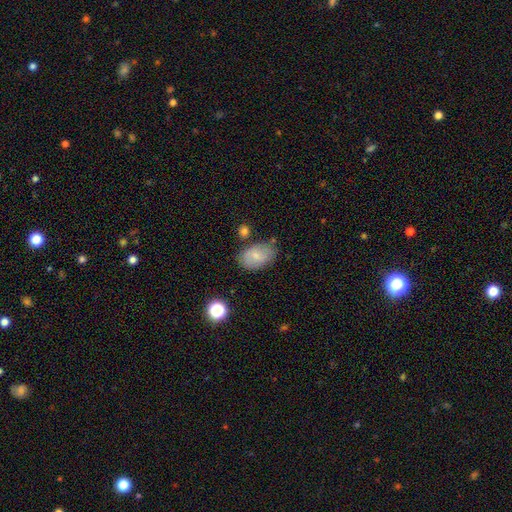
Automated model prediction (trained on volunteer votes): smooth 70%, featured or disk 22%, star or artifact 8%. Down the decision tree: how rounded — in between (88%); merging — none (72%).